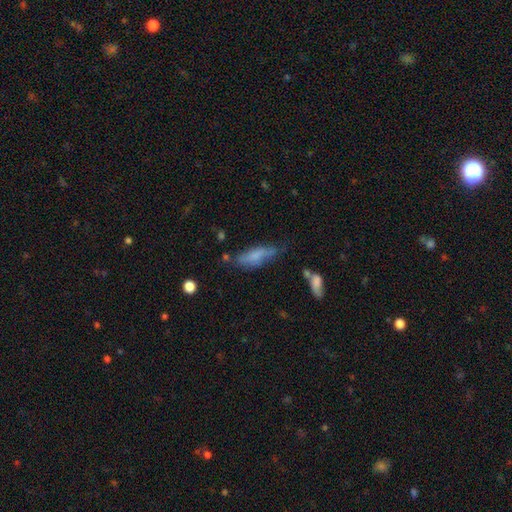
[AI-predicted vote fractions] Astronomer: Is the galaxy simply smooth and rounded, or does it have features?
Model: smooth — 66%.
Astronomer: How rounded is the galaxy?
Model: in between — 49% (runner-up: cigar-shaped, 48%).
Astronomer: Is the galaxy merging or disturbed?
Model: none — 48% (runner-up: minor disturbance, 32%).